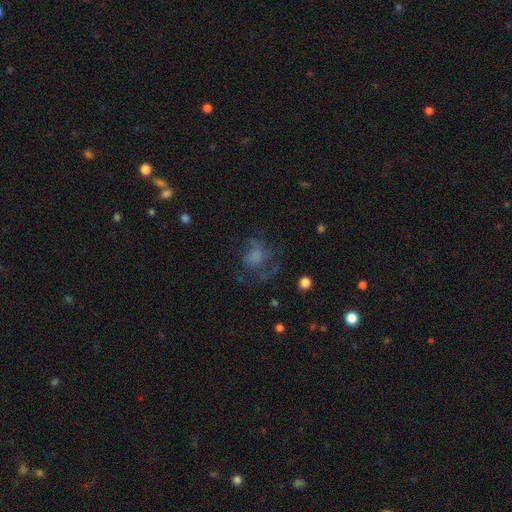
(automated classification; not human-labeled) Smooth or featured?
  - smooth: 43% *
  - featured or disk: 40%
  - star or artifact: 16%
Merging?
  - none: 40% *
  - major disturbance: 38%
  - minor disturbance: 20%
  - merger: 3%